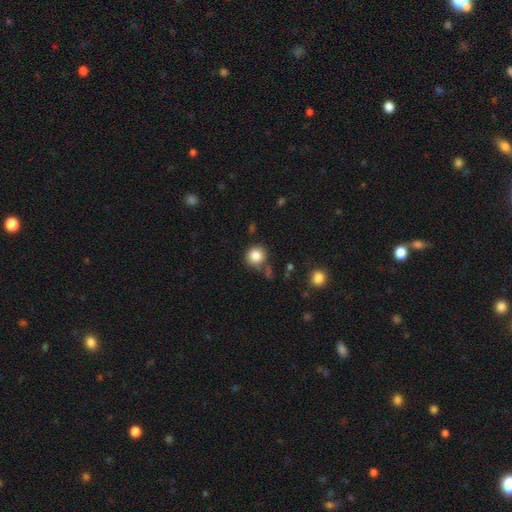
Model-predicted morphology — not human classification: Smooth or featured: smooth — 84% (star or artifact — 10%)
How rounded: round — 91% (in between — 8%)
Merging: none — 75% (minor disturbance — 13%)